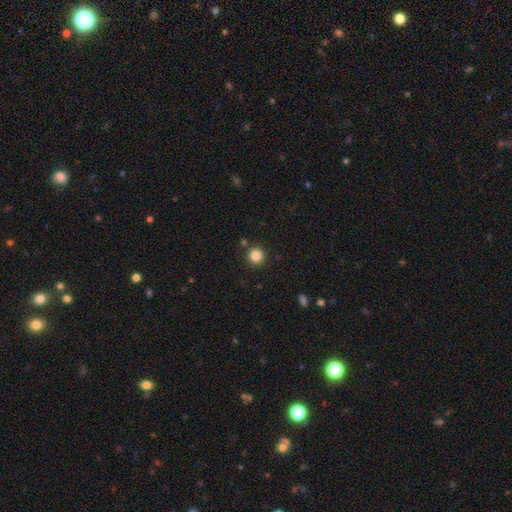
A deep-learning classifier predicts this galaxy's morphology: A smooth galaxy with no disk features (85%) that is round (95%). Merging: none (89%).